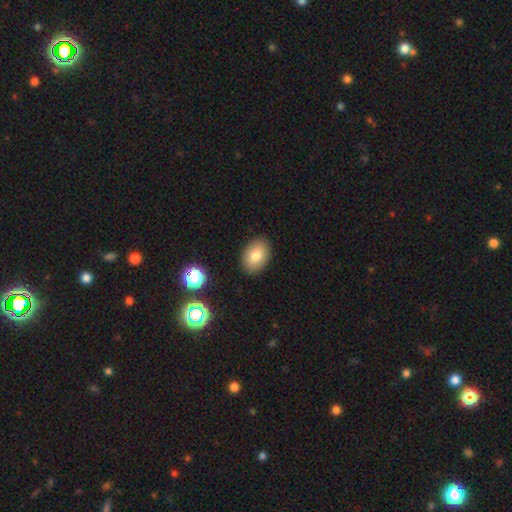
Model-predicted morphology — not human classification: Q: Smooth or featured?
A: smooth (80%); runner-up: featured or disk (11%)
Q: How rounded?
A: in between (83%); runner-up: round (16%)
Q: Merging?
A: none (87%); runner-up: minor disturbance (9%)